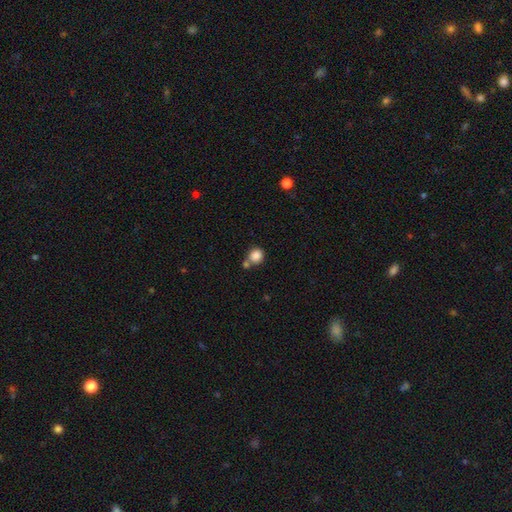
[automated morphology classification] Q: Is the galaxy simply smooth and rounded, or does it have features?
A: smooth — 85%.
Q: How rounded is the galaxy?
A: round — 88%.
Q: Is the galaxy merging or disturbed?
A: none — 60%.